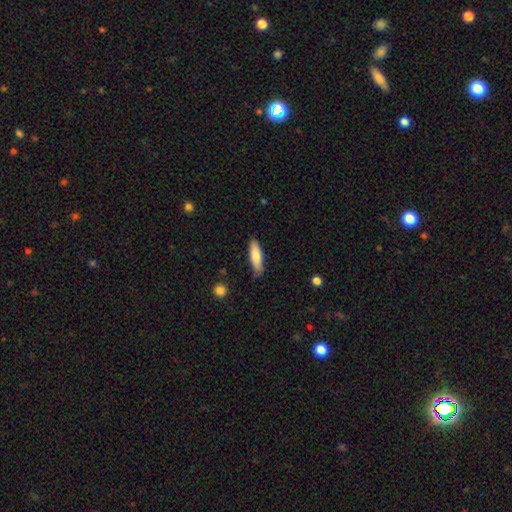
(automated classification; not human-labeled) smooth-or-featured: smooth: 80% | featured or disk: 14% | star or artifact: 6%
  how-rounded: cigar-shaped: 56% | in between: 42% | round: 2%
  merging: none: 77% | minor disturbance: 19% | major disturbance: 3% | merger: 2%